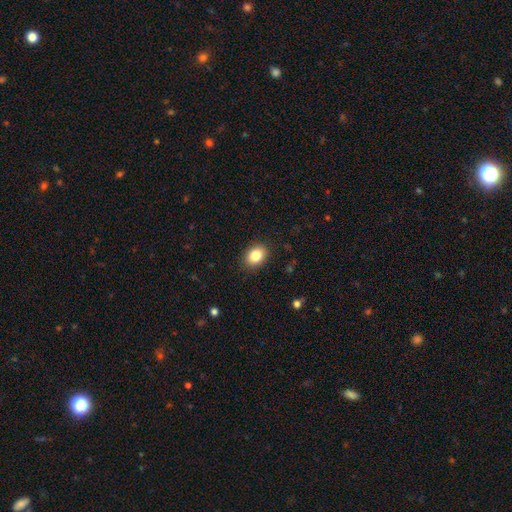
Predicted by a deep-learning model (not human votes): Q: Smooth or featured?
A: smooth (85%); runner-up: star or artifact (9%)
Q: How rounded?
A: in between (68%); runner-up: round (31%)
Q: Merging?
A: none (88%); runner-up: minor disturbance (8%)